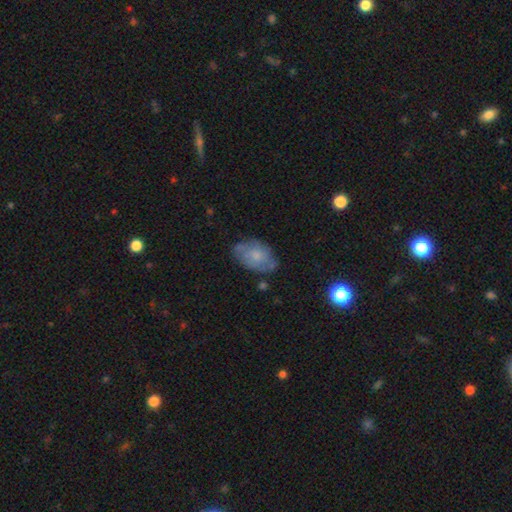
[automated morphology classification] smooth_or_featured: smooth (p=0.54) [alt: featured or disk p=0.39]
how_rounded: in between (p=0.88) [alt: round p=0.10]
merging: none (p=0.60) [alt: minor disturbance p=0.28]